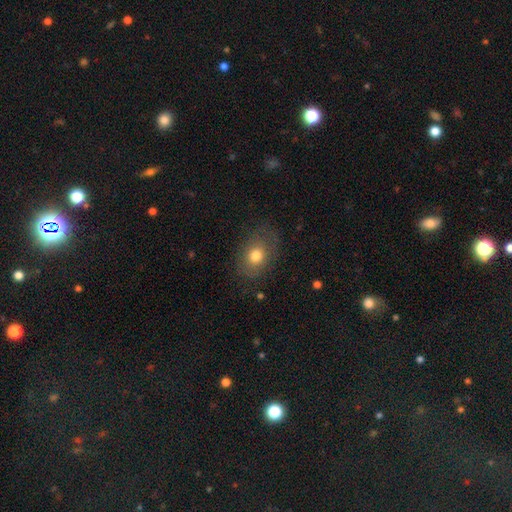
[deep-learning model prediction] smooth 76%, featured or disk 14%, star or artifact 10%. Down the decision tree: how rounded — in between (62%); merging — none (74%).